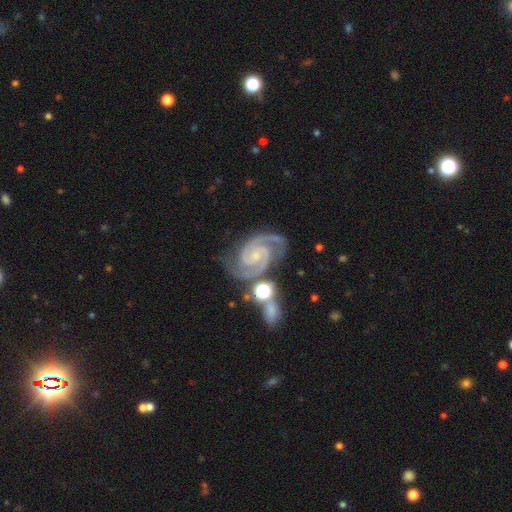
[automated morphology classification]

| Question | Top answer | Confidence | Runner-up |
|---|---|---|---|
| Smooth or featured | featured or disk | 93% | star or artifact (5%) |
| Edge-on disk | no | 98% | yes (2%) |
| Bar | no | 54% | weak (33%) |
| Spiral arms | yes | 99% | no (1%) |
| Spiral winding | tight | 58% | medium (38%) |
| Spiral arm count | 2 | 88% | 3 (6%) |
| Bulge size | small | 74% | moderate (16%) |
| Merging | none | 72% | minor disturbance (16%) |